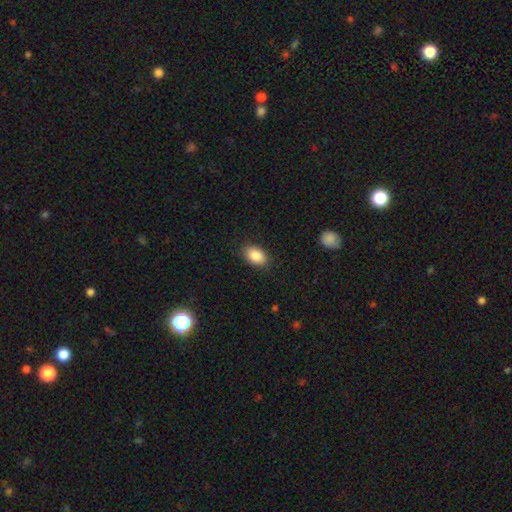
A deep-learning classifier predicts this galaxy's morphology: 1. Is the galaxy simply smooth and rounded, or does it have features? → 88% smooth, 8% star or artifact, 5% featured or disk.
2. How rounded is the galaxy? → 87% in between, 12% round, 1% cigar-shaped.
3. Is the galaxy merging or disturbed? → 86% none, 10% minor disturbance, 3% major disturbance, 1% merger.